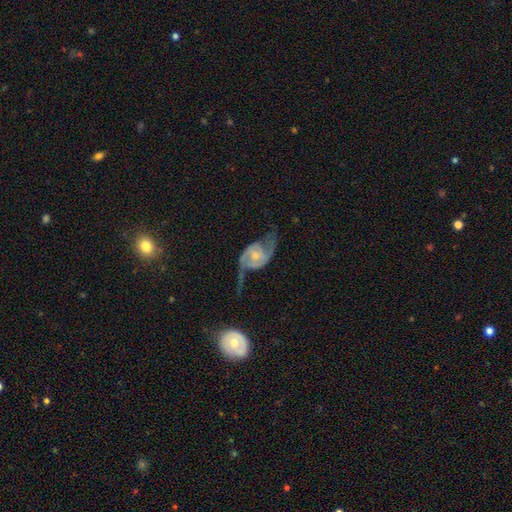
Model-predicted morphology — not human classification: The model was most divided on "bulge size": moderate: 47%, small: 40%, none: 6%, large: 5%, dominant: 2%. More confident: edge-on disk — no (96%); spiral arms — yes (94%); spiral arm count — 2 (92%); smooth or featured — featured or disk (86%); bar — no (56%); spiral winding — loose (52%); merging — none (52%).